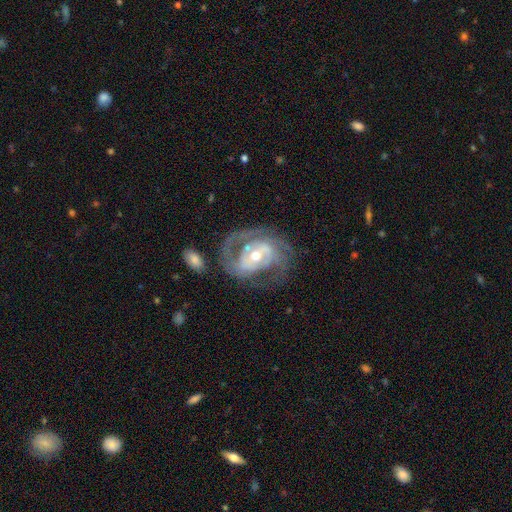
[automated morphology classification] Smooth or featured? Predicted: featured or disk (p=0.87). Edge-on disk? Predicted: no (p=0.97). Bar? Predicted: weak (p=0.40). Spiral arms? Predicted: yes (p=0.93). Spiral winding? Predicted: medium (p=0.45). Spiral arm count? Predicted: 2 (p=0.54). Bulge size? Predicted: moderate (p=0.59). Merging? Predicted: none (p=0.57).